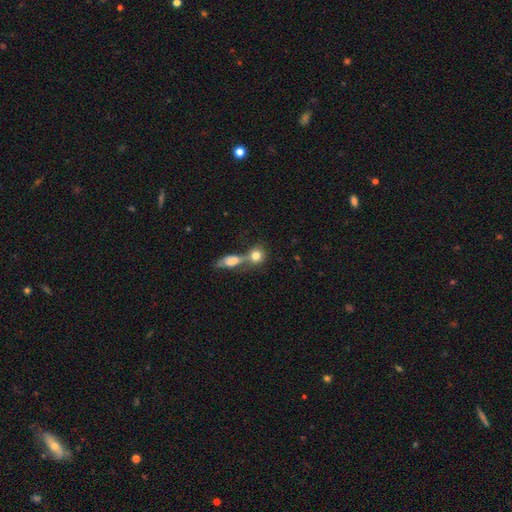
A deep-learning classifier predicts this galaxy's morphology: type=smooth (78%); roundness=round (72%); merging=merger (50%).